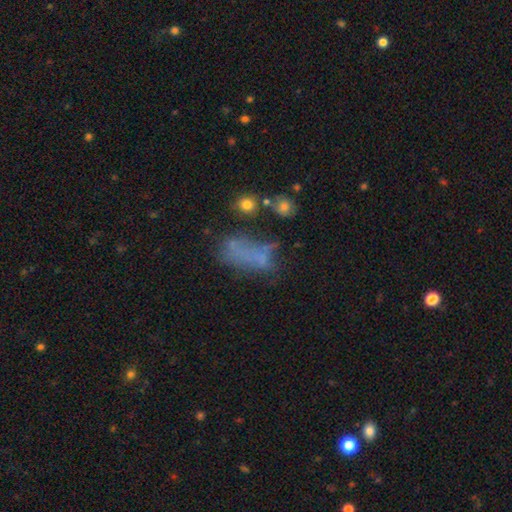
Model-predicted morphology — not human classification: Smooth or featured? Predicted: smooth (p=0.47). Merging? Predicted: none (p=0.34).